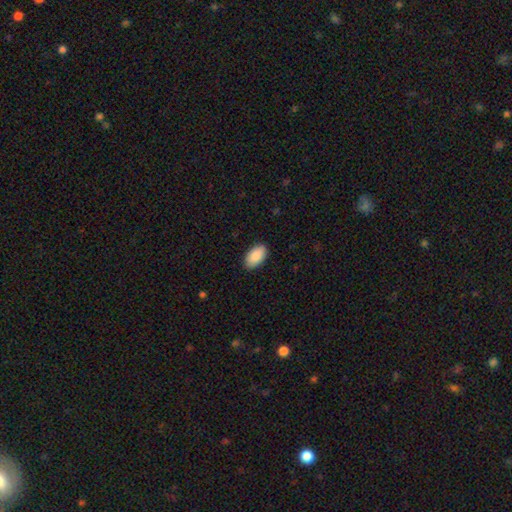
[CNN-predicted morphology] Overall: smooth (90%). How rounded: in between (95%). Merging: none (87%).